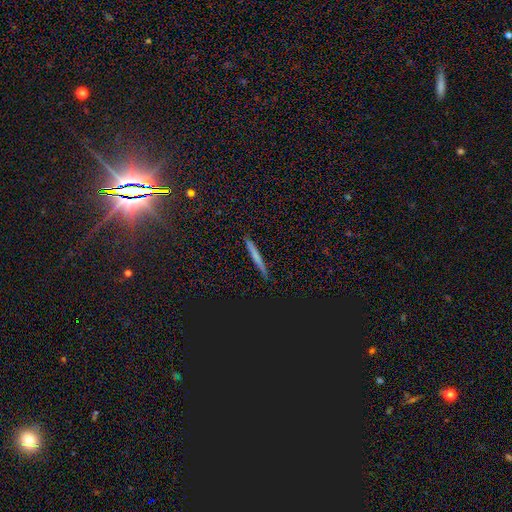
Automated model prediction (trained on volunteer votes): This is possibly a smooth galaxy (54%). How rounded: clearly cigar-shaped (93%). Merging: clearly none (91%).